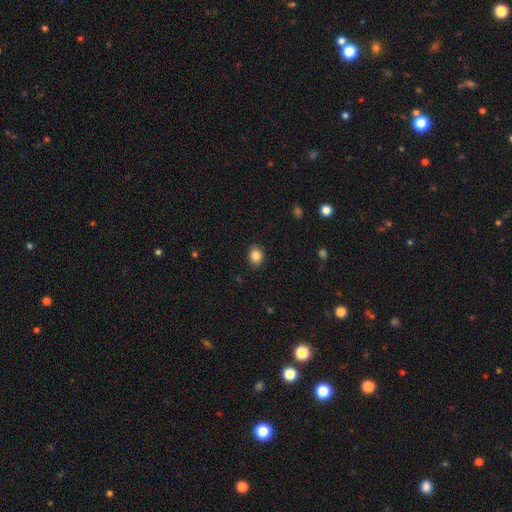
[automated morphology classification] smooth-or-featured: smooth: 86% | star or artifact: 10% | featured or disk: 4%
  how-rounded: round: 64% | in between: 35% | cigar-shaped: 1%
  merging: none: 87% | minor disturbance: 9% | major disturbance: 2% | merger: 1%